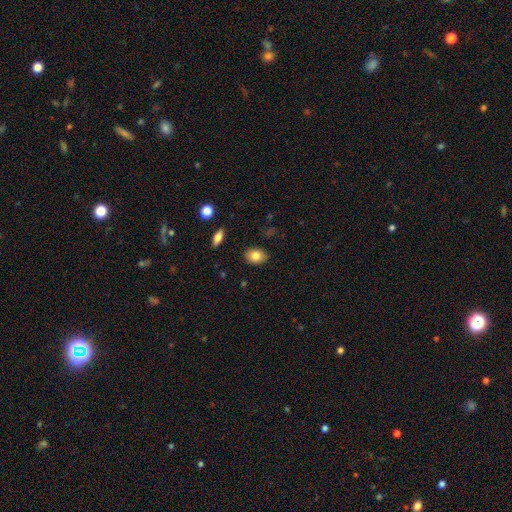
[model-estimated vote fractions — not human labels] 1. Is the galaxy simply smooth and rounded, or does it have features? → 81% smooth, 11% featured or disk, 8% star or artifact.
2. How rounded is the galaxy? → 75% in between, 24% round, 1% cigar-shaped.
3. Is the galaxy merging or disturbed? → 88% none, 9% minor disturbance, 2% major disturbance, 1% merger.